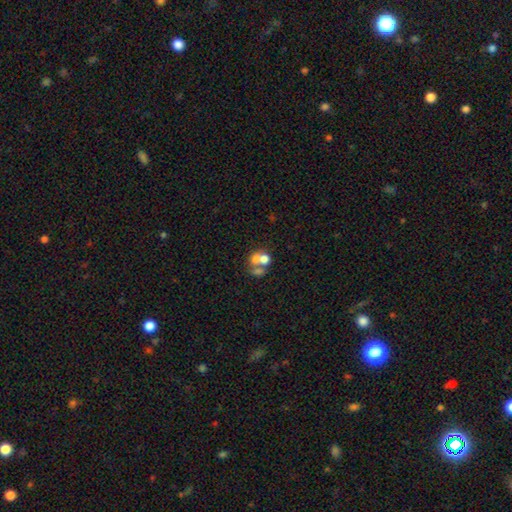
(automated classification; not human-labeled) This is possibly a smooth galaxy (58%). How rounded: possibly round (57%). Merging: likely merger (64%).